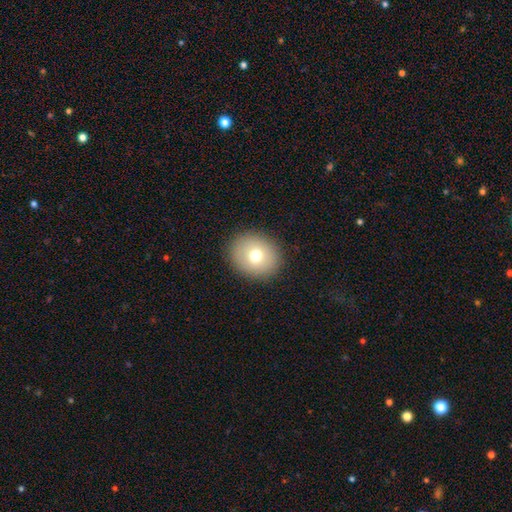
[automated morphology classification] Smooth or featured?
  - smooth: 72% *
  - featured or disk: 17%
  - star or artifact: 11%
How rounded?
  - round: 74% *
  - in between: 25%
  - cigar-shaped: 1%
Merging?
  - none: 90% *
  - minor disturbance: 7%
  - major disturbance: 2%
  - merger: 1%